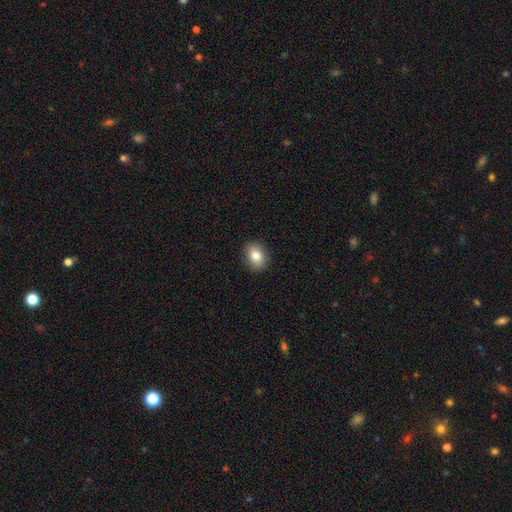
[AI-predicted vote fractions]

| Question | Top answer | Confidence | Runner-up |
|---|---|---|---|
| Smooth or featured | smooth | 81% | featured or disk (10%) |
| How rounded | in between | 53% | round (46%) |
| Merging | none | 90% | minor disturbance (7%) |